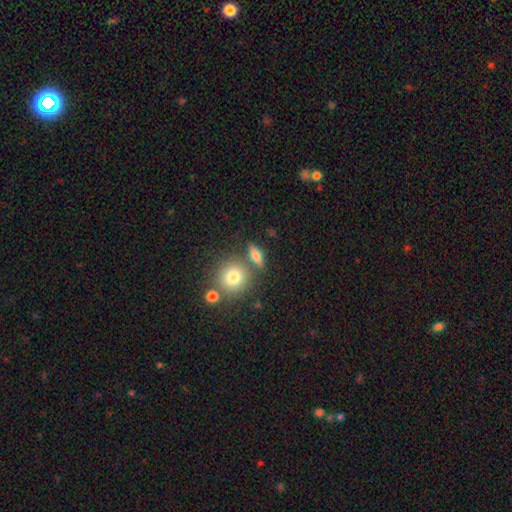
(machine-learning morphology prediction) Smooth or featured?
  - smooth: 62% *
  - featured or disk: 26%
  - star or artifact: 12%
How rounded?
  - in between: 43% *
  - round: 29%
  - cigar-shaped: 28%
Merging?
  - none: 72% *
  - minor disturbance: 11%
  - merger: 11%
  - major disturbance: 5%